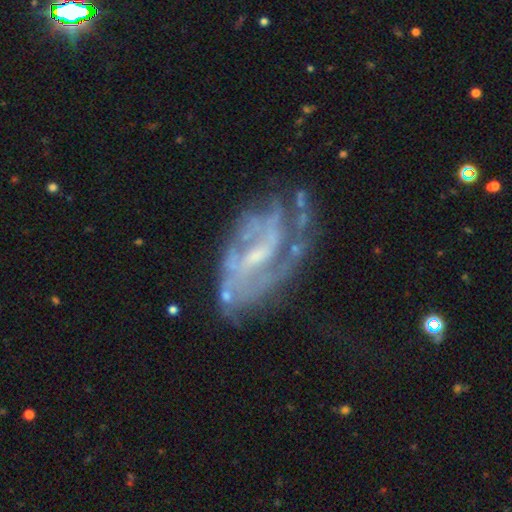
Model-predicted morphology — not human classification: featured or disk 82%, smooth 10%, star or artifact 8%. Down the decision tree: edge-on disk — no (95%); bar — weak (50%); spiral arms — yes (84%); spiral arm count — can't tell (41%); spiral winding — tight (43%); bulge size — small (52%); merging — none (49%).